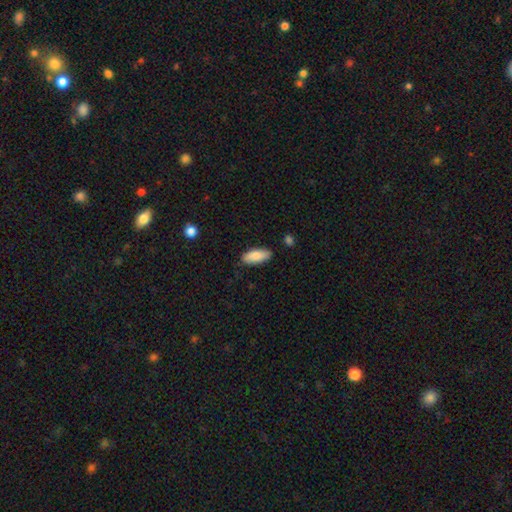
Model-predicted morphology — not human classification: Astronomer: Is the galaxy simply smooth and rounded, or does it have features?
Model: smooth — 87%.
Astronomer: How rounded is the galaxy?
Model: in between — 80%.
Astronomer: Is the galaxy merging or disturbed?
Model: none — 83%.